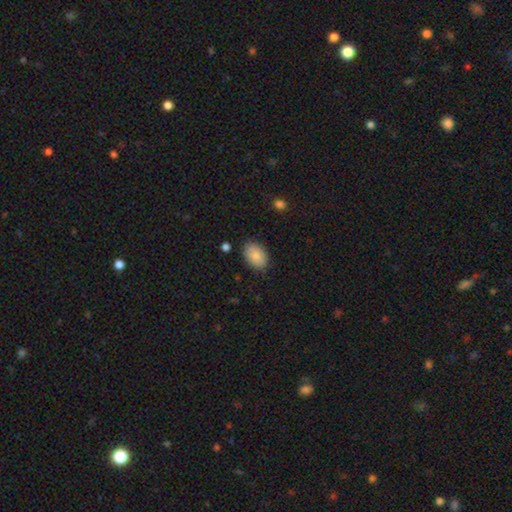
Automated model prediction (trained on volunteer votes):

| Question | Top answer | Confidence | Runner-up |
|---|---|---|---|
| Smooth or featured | smooth | 87% | featured or disk (7%) |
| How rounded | in between | 88% | round (11%) |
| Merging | none | 85% | minor disturbance (11%) |